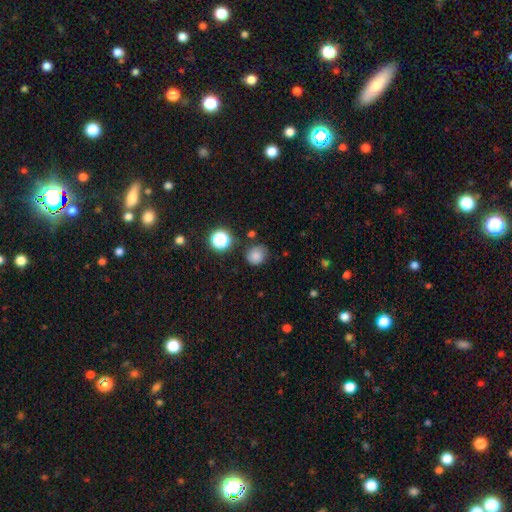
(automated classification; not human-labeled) This is likely a smooth galaxy (77%). How rounded: clearly round (81%). Merging: likely none (71%).